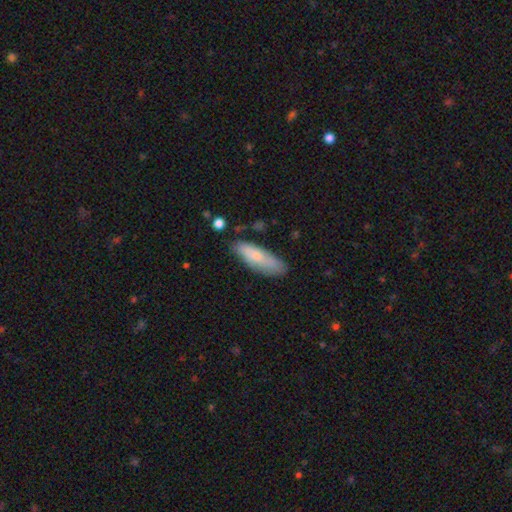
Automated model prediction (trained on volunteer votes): Smooth or featured: smooth — 73% (featured or disk — 20%)
How rounded: in between — 53% (cigar-shaped — 45%)
Merging: none — 71% (minor disturbance — 21%)